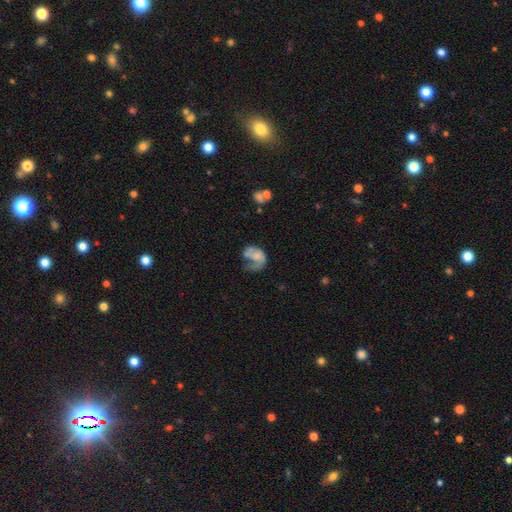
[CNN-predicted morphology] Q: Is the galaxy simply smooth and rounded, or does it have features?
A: featured or disk — 53%.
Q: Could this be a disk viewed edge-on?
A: no — 98%.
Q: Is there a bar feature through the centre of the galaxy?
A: no — 77%.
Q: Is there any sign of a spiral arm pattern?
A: yes — 61%.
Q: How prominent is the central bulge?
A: small — 46%.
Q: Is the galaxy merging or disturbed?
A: major disturbance — 49%.